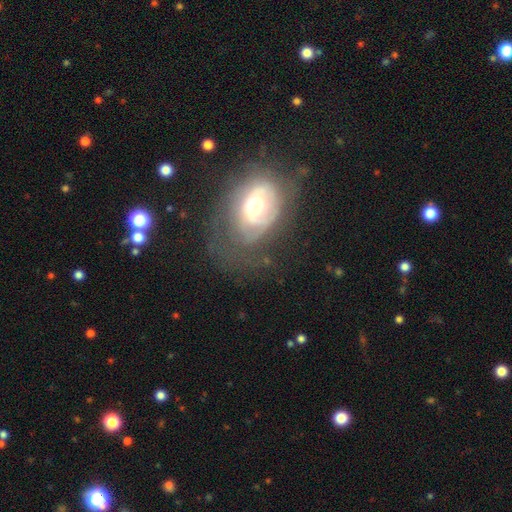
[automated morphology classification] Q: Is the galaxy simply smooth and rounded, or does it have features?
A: featured or disk — 54%.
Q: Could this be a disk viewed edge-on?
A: no — 93%.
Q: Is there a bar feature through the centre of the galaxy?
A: no — 63%.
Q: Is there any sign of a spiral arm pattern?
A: yes — 54%.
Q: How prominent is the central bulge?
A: moderate — 58%.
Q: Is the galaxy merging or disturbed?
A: none — 64%.